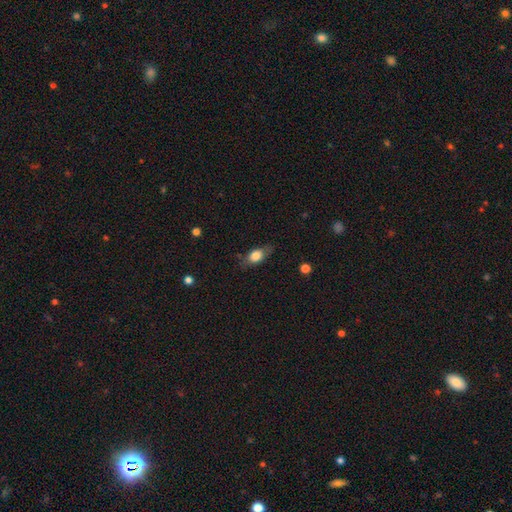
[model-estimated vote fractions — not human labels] Overall: smooth (73%). How rounded: in between (78%). Merging: none (71%).